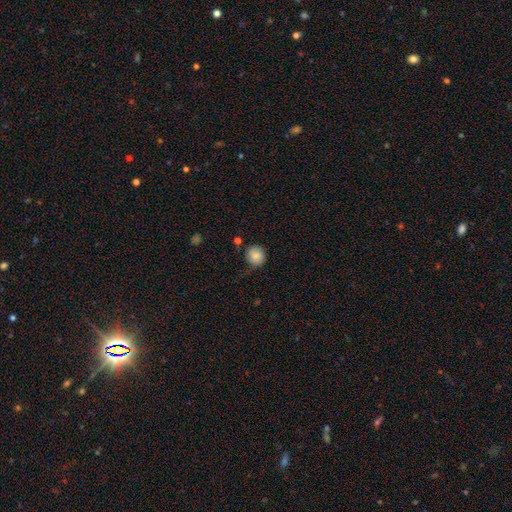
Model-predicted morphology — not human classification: This is clearly a smooth galaxy (84%). How rounded: clearly round (87%). Merging: likely none (70%).